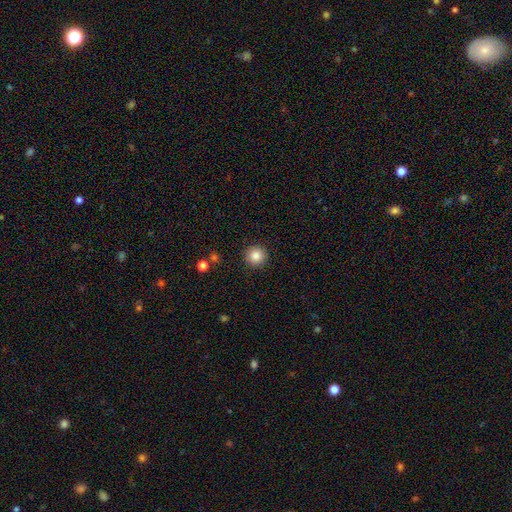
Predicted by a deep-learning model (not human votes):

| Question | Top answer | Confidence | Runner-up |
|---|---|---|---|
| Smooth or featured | smooth | 85% | star or artifact (10%) |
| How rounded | round | 95% | in between (4%) |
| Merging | none | 91% | minor disturbance (6%) |